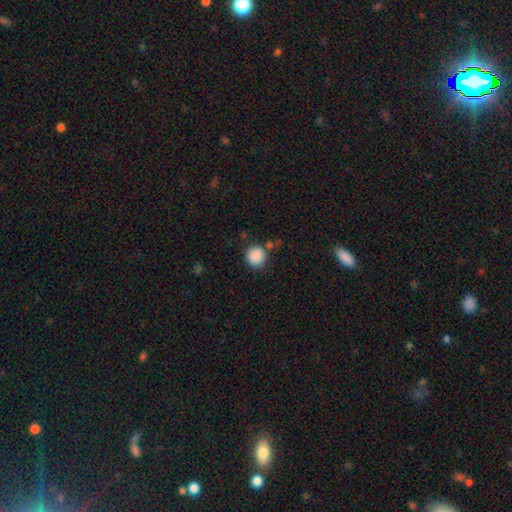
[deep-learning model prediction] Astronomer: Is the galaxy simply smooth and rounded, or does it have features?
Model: smooth — 88%.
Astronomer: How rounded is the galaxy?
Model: round — 91%.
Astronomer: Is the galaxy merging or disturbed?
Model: none — 79%.